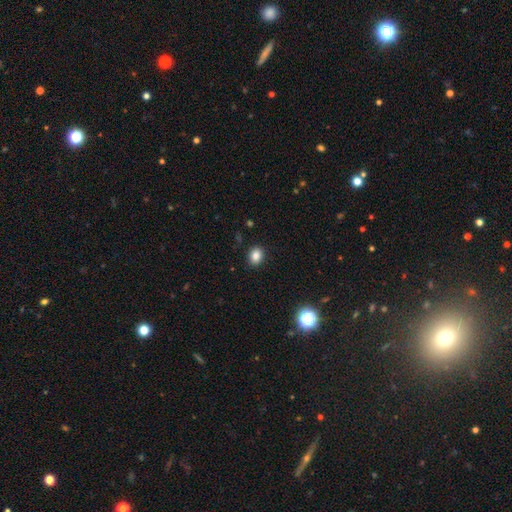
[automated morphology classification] Smooth or featured? Predicted: smooth (p=0.85). How rounded? Predicted: in between (p=0.56). Merging? Predicted: none (p=0.89).